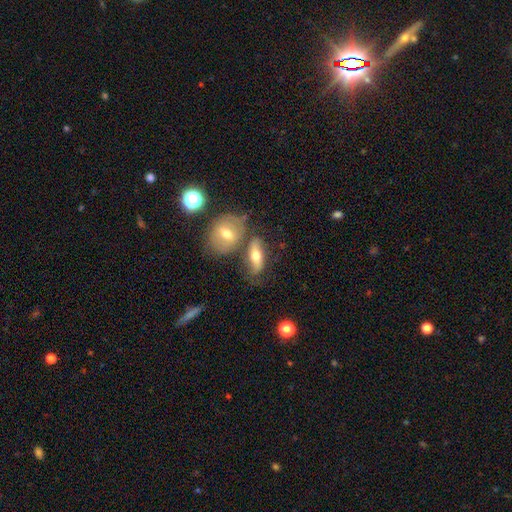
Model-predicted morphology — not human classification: Smooth or featured?
  - smooth: 55% *
  - featured or disk: 37%
  - star or artifact: 7%
How rounded?
  - in between: 74% *
  - cigar-shaped: 19%
  - round: 7%
Merging?
  - none: 51% *
  - merger: 26%
  - minor disturbance: 17%
  - major disturbance: 7%